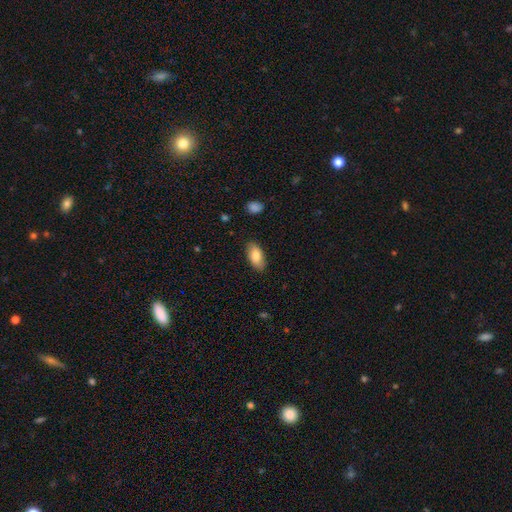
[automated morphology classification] type=smooth (83%); roundness=in between (92%); merging=none (86%).